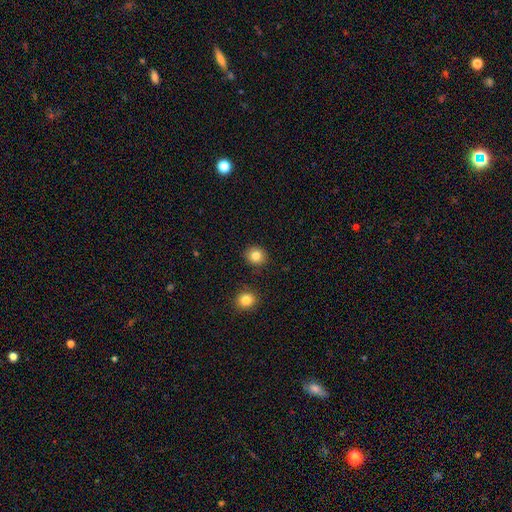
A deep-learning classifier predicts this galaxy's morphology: This appears to be a smooth galaxy with no disk features (83%) that is round (87%). Merging: none (89%).